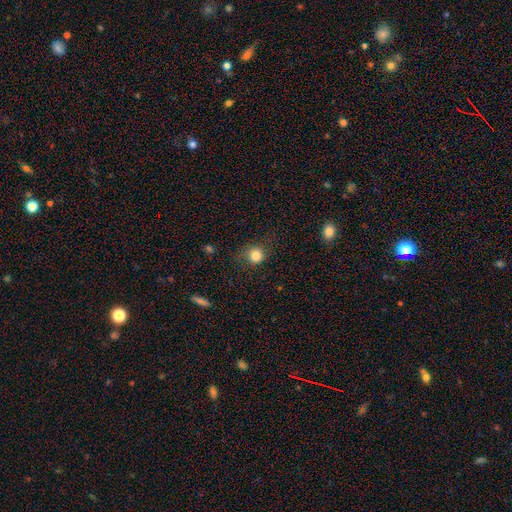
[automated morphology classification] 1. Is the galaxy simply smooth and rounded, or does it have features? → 82% smooth, 11% star or artifact, 7% featured or disk.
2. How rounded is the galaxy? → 83% round, 16% in between, 1% cigar-shaped.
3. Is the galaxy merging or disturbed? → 70% none, 19% minor disturbance, 10% major disturbance, 2% merger.